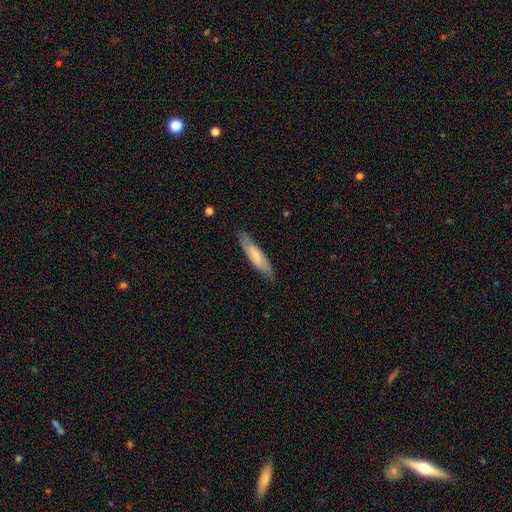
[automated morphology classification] This appears to be a smooth galaxy with no disk features (67%) that is cigar-shaped (76%). Merging: none (82%).